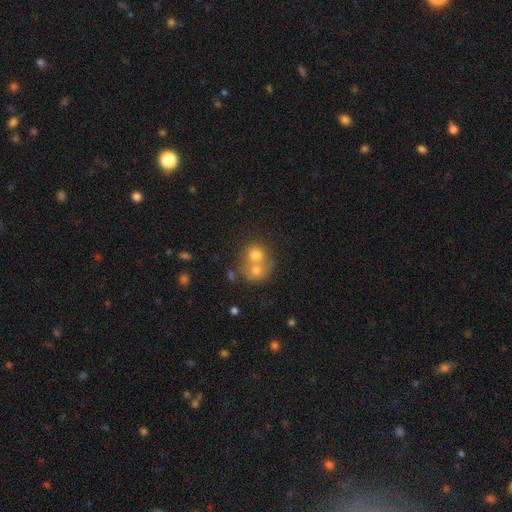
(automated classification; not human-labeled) Smooth or featured?
  - smooth: 68% *
  - featured or disk: 23%
  - star or artifact: 9%
How rounded?
  - round: 72% *
  - in between: 28%
  - cigar-shaped: 1%
Merging?
  - merger: 69% *
  - none: 21%
  - minor disturbance: 6%
  - major disturbance: 4%